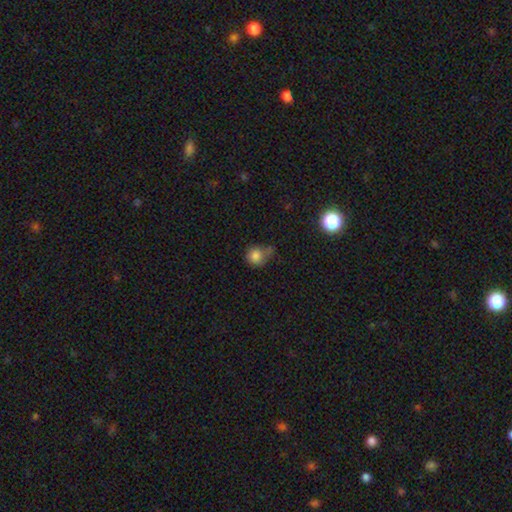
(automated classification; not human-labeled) A smooth galaxy with no disk features (81%) that is round (80%). Merging: none (43%).